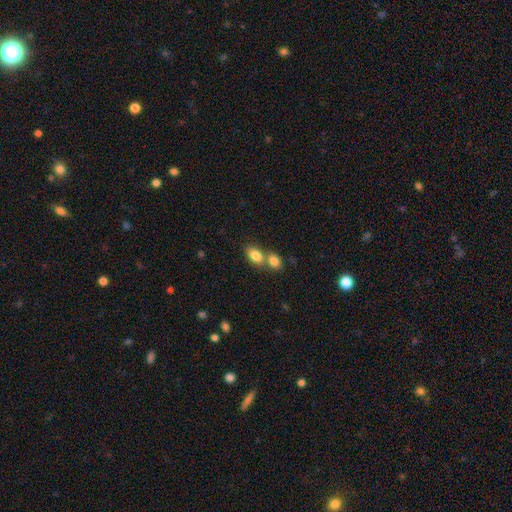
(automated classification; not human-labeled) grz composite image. It shows a smooth galaxy with no disk features (83%) that is in between round and cigar-shaped (82%). Merging: merger (54%).